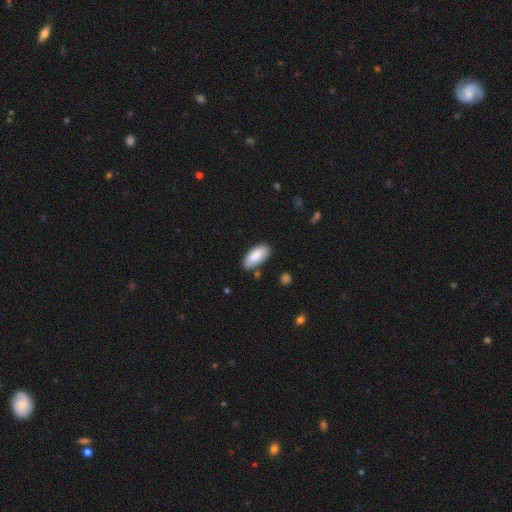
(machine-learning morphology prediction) This appears to be a smooth galaxy with no disk features (88%) that is in between round and cigar-shaped (88%). Merging: none (80%).